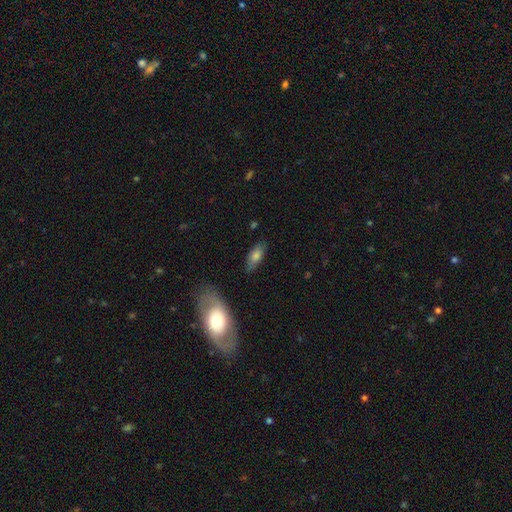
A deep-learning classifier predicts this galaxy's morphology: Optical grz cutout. It shows a smooth galaxy with no disk features (69%) that is in between round and cigar-shaped (75%). Merging: none (77%).